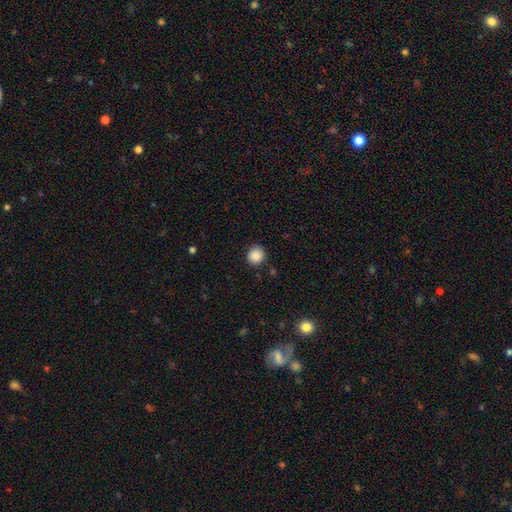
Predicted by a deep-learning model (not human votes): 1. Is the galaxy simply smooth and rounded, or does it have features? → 87% smooth, 9% star or artifact, 4% featured or disk.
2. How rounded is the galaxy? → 88% round, 11% in between, 1% cigar-shaped.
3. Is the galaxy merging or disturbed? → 87% none, 9% minor disturbance, 2% major disturbance, 2% merger.